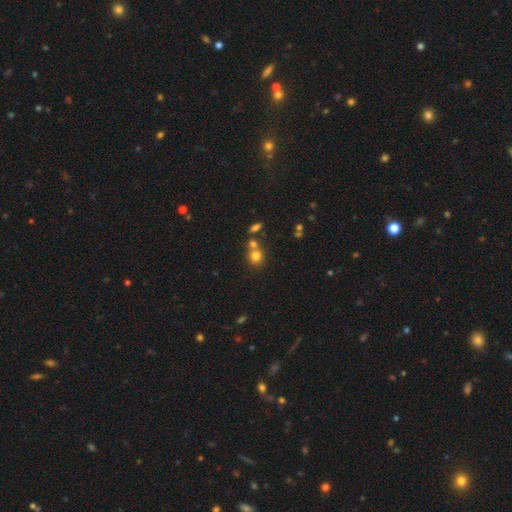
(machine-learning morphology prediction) A smooth galaxy with no disk features (77%) that is round (81%). Merging: none (55%).